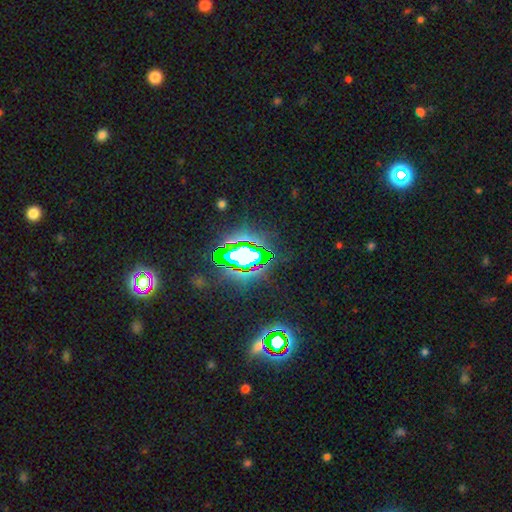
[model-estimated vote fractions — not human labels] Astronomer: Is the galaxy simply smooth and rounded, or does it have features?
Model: star or artifact — 82%.